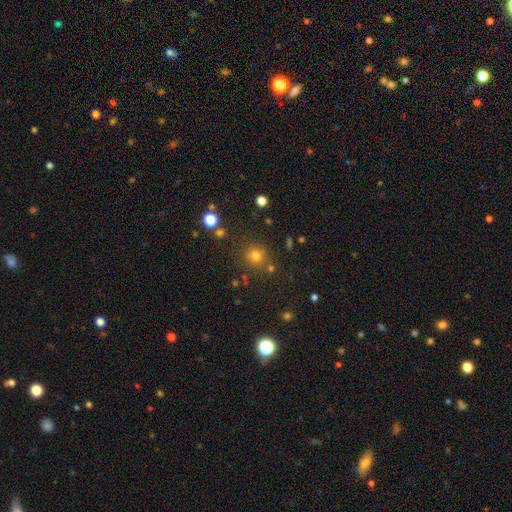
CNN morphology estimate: Q: Smooth or featured?
A: smooth (74%); runner-up: star or artifact (19%)
Q: How rounded?
A: round (91%); runner-up: in between (8%)
Q: Merging?
A: none (81%); runner-up: minor disturbance (9%)